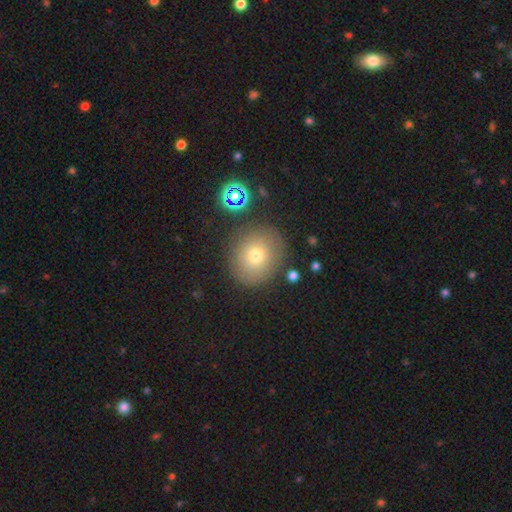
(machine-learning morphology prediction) A smooth galaxy with no disk features (70%) that is round (83%).

Vote fractions:
- Smooth or featured? smooth: 70% / featured or disk: 15% / star or artifact: 15%
- How rounded? round: 83% / in between: 16% / cigar-shaped: 1%
- Merging? none: 84% / minor disturbance: 9% / merger: 3% / major disturbance: 3%